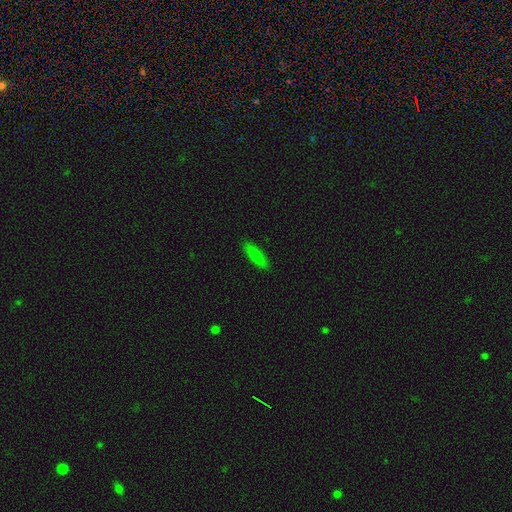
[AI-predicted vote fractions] Smooth or featured?
  - smooth: 81% *
  - featured or disk: 11%
  - star or artifact: 8%
How rounded?
  - cigar-shaped: 58% *
  - in between: 40%
  - round: 2%
Merging?
  - none: 88% *
  - minor disturbance: 9%
  - major disturbance: 2%
  - merger: 1%